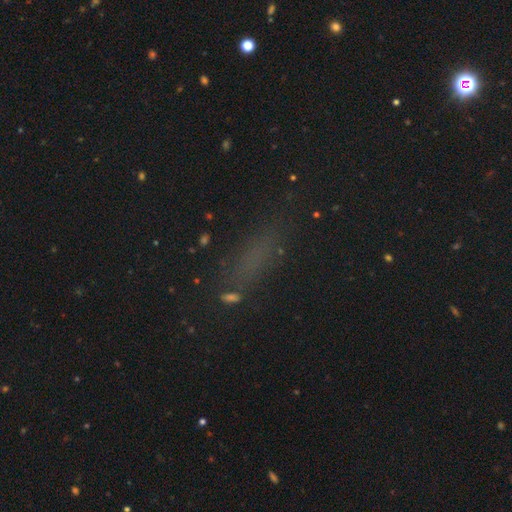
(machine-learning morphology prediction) Smooth or featured?
  - smooth: 54% *
  - star or artifact: 32%
  - featured or disk: 14%
How rounded?
  - cigar-shaped: 52% *
  - in between: 42%
  - round: 6%
Merging?
  - none: 71% *
  - minor disturbance: 16%
  - major disturbance: 9%
  - merger: 4%